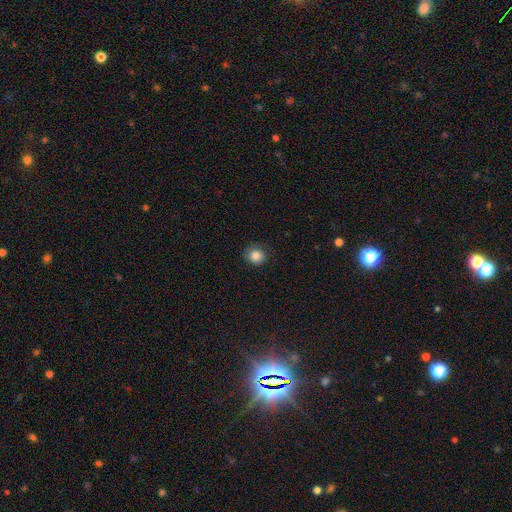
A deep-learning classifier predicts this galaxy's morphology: This is clearly a smooth galaxy (85%). How rounded: clearly round (84%). Merging: clearly none (82%).